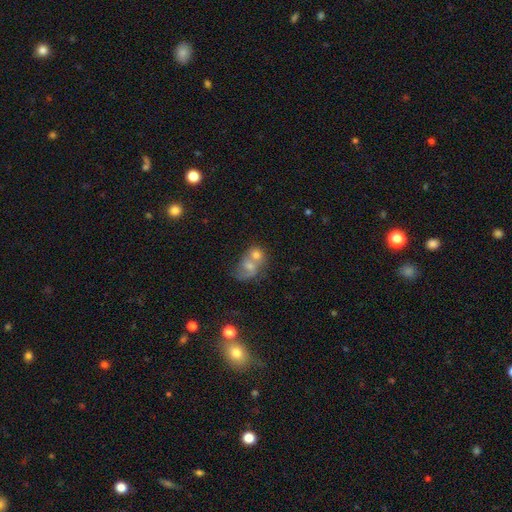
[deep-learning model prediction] smooth 45%, featured or disk 39%, star or artifact 15%. Down the decision tree: merging — merger (62%).